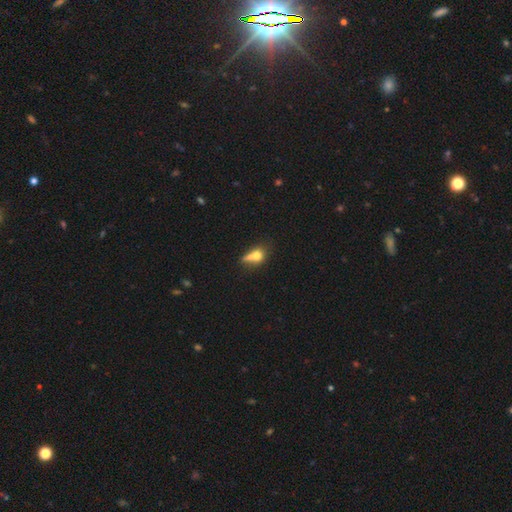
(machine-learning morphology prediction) Smooth or featured: smooth — 67% (featured or disk — 21%)
How rounded: in between — 49% (round — 43%)
Merging: merger — 42% (none — 30%)